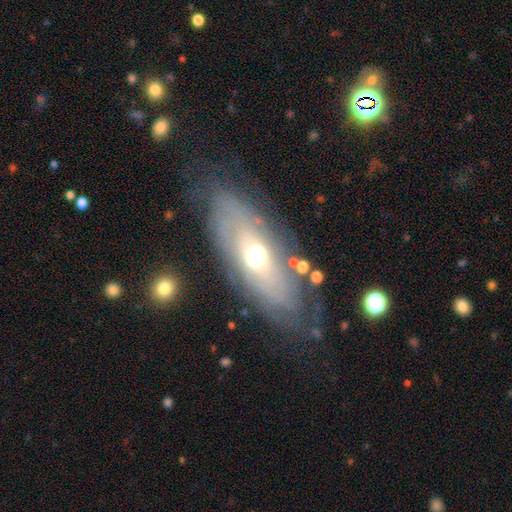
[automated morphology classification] Q: Smooth or featured?
A: featured or disk (70%); runner-up: smooth (23%)
Q: Edge-on disk?
A: no (78%); runner-up: yes (22%)
Q: Bar?
A: no (78%); runner-up: weak (17%)
Q: Spiral arms?
A: yes (60%); runner-up: no (40%)
Q: Bulge size?
A: moderate (72%); runner-up: small (16%)
Q: Merging?
A: none (73%); runner-up: minor disturbance (18%)